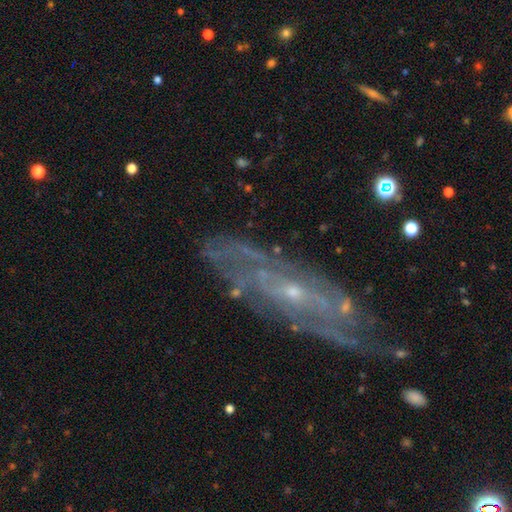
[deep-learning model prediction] featured or disk 83%, smooth 10%, star or artifact 7%. Down the decision tree: edge-on disk — no (80%); bar — no (63%); spiral arms — yes (84%); spiral arm count — can't tell (50%); spiral winding — tight (54%); bulge size — small (76%); merging — none (70%).